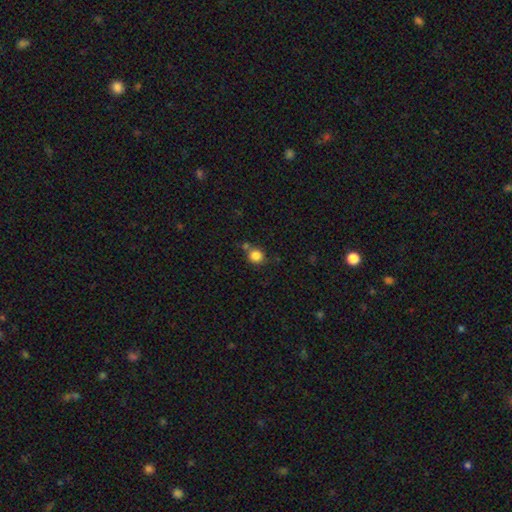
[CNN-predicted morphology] This is clearly a smooth galaxy (84%). How rounded: clearly round (85%). Merging: likely none (67%).